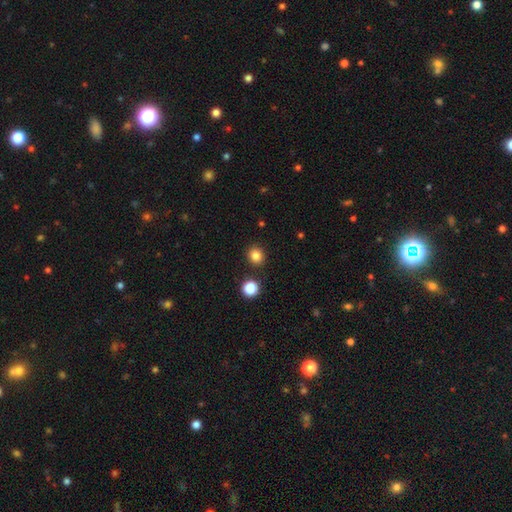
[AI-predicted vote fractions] smooth 84%, star or artifact 12%, featured or disk 4%. Down the decision tree: how rounded — round (83%); merging — none (89%).